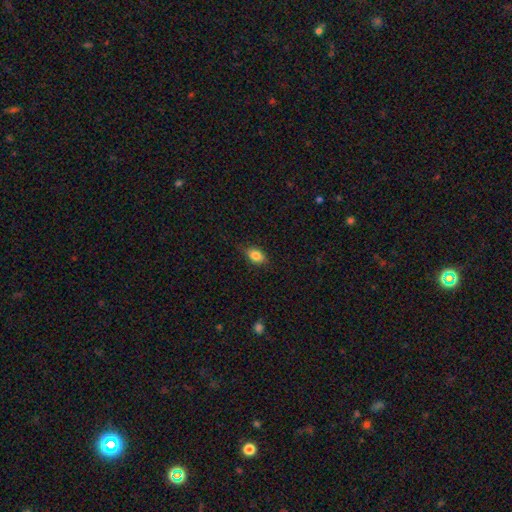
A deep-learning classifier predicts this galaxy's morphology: smooth_or_featured: smooth (p=0.84) [alt: star or artifact p=0.08]
how_rounded: in between (p=0.84) [alt: round p=0.14]
merging: none (p=0.81) [alt: minor disturbance p=0.15]